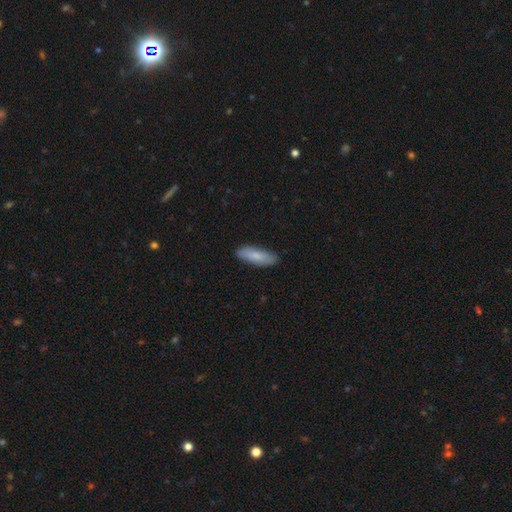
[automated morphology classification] Smooth or featured?
  - smooth: 84% *
  - featured or disk: 11%
  - star or artifact: 5%
How rounded?
  - in between: 54% *
  - cigar-shaped: 45%
  - round: 2%
Merging?
  - none: 88% *
  - minor disturbance: 10%
  - major disturbance: 2%
  - merger: 1%